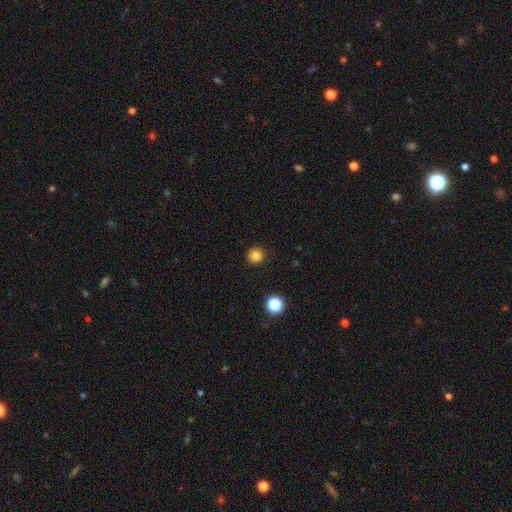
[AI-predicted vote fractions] Smooth or featured: smooth — 82% (star or artifact — 13%)
How rounded: round — 95% (in between — 4%)
Merging: none — 93% (minor disturbance — 5%)